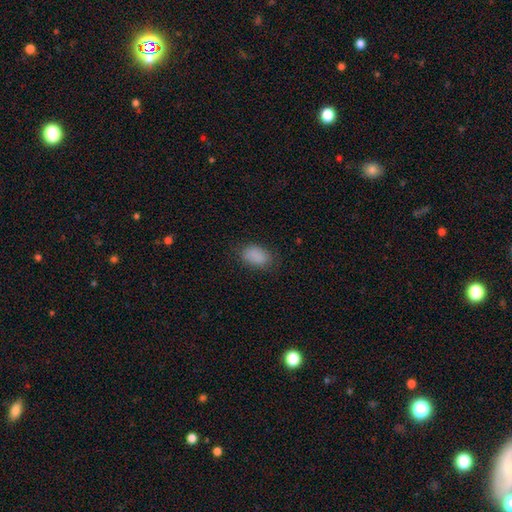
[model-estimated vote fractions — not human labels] Q: Smooth or featured?
A: smooth (86%); runner-up: star or artifact (9%)
Q: How rounded?
A: in between (86%); runner-up: round (13%)
Q: Merging?
A: none (77%); runner-up: minor disturbance (17%)